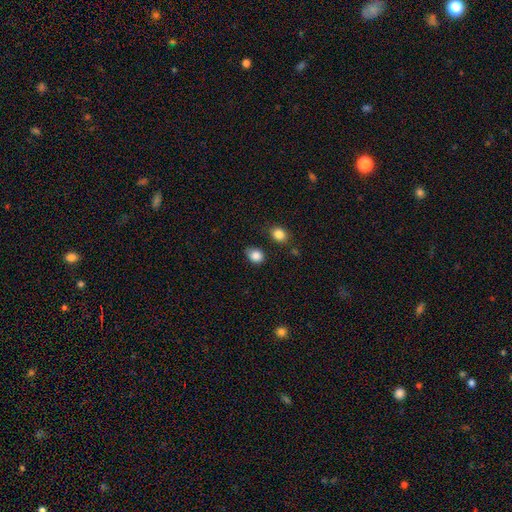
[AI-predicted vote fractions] Smooth or featured?
  - smooth: 86% *
  - star or artifact: 10%
  - featured or disk: 4%
How rounded?
  - round: 54% *
  - in between: 45%
  - cigar-shaped: 1%
Merging?
  - none: 64% *
  - minor disturbance: 26%
  - major disturbance: 6%
  - merger: 4%